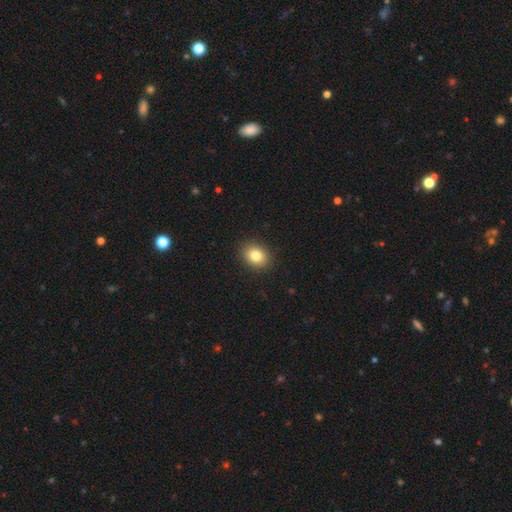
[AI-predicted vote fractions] smooth 83%, star or artifact 10%, featured or disk 8%. Down the decision tree: how rounded — in between (50%); merging — none (90%).